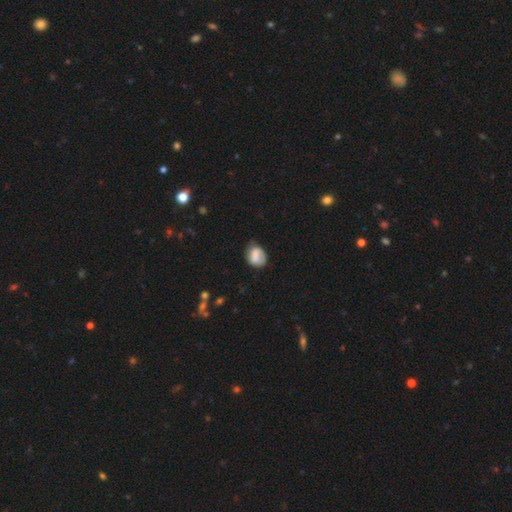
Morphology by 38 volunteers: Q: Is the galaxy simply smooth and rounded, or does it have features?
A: smooth — 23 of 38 (61%).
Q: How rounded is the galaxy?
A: in between — 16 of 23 (70%).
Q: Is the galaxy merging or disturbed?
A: minor disturbance — 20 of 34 (59%).